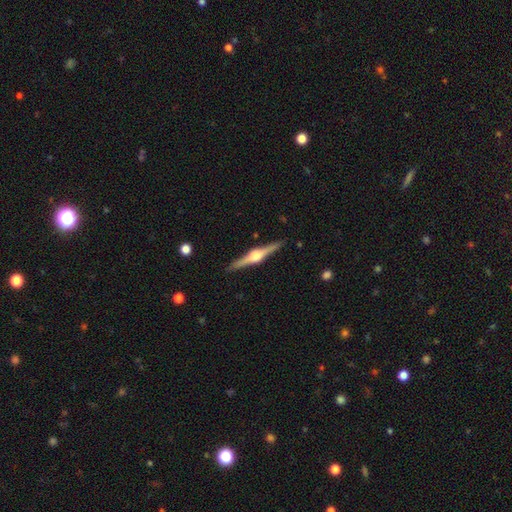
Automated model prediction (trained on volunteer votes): Smooth or featured: featured or disk — 85% (smooth — 10%)
Edge-on disk: yes — 99% (no — 1%)
Edge-on bulge: rounded — 94% (boxy — 5%)
Merging: none — 91% (minor disturbance — 6%)